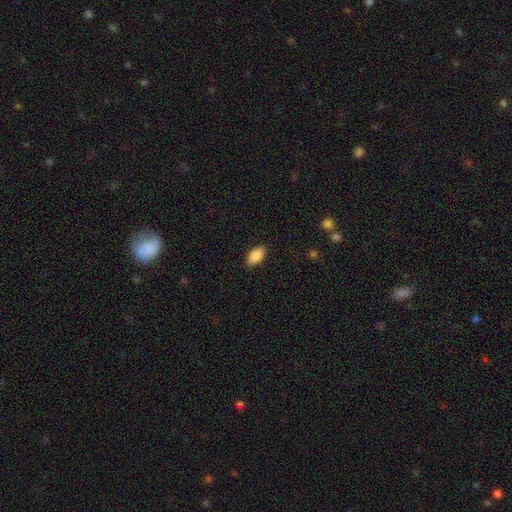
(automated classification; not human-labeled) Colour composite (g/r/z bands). It shows a smooth galaxy with no disk features (86%) that is in between round and cigar-shaped (88%). Merging: none (88%).